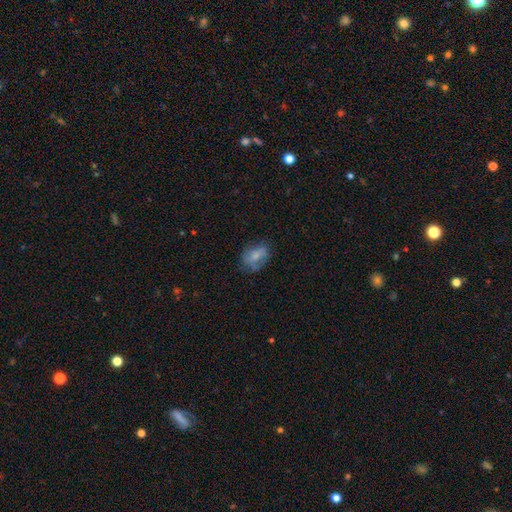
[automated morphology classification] Q: Smooth or featured?
A: smooth (57%); runner-up: featured or disk (33%)
Q: How rounded?
A: in between (76%); runner-up: round (21%)
Q: Merging?
A: none (56%); runner-up: minor disturbance (26%)